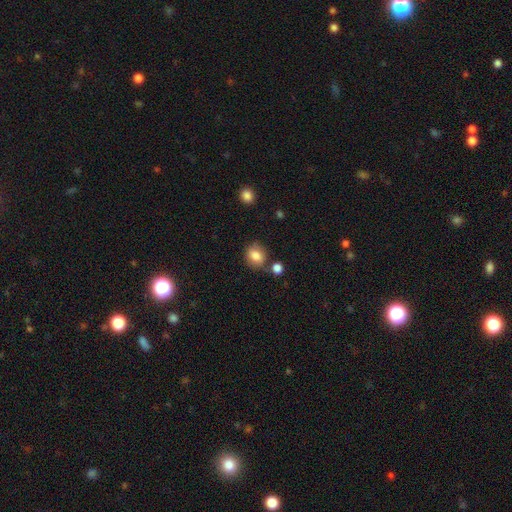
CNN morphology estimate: A smooth galaxy with no disk features (83%) that is round (60%).

Vote fractions:
- Smooth or featured? smooth: 83% / star or artifact: 9% / featured or disk: 8%
- How rounded? round: 60% / in between: 39% / cigar-shaped: 1%
- Merging? none: 68% / minor disturbance: 16% / merger: 11% / major disturbance: 4%